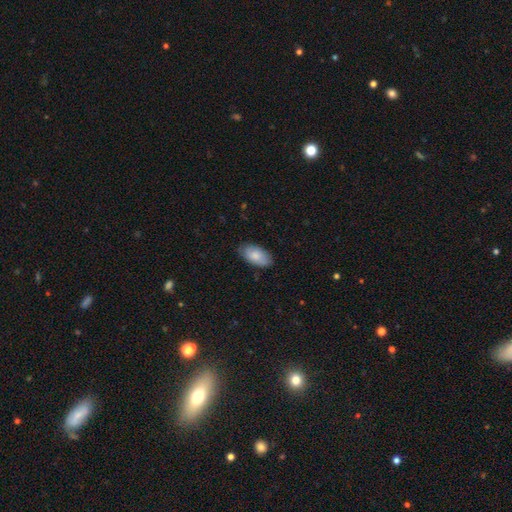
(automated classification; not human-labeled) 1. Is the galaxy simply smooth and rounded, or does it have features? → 82% smooth, 12% featured or disk, 6% star or artifact.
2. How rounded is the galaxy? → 94% in between, 3% cigar-shaped, 3% round.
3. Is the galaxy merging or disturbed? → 82% none, 15% minor disturbance, 2% major disturbance, 1% merger.